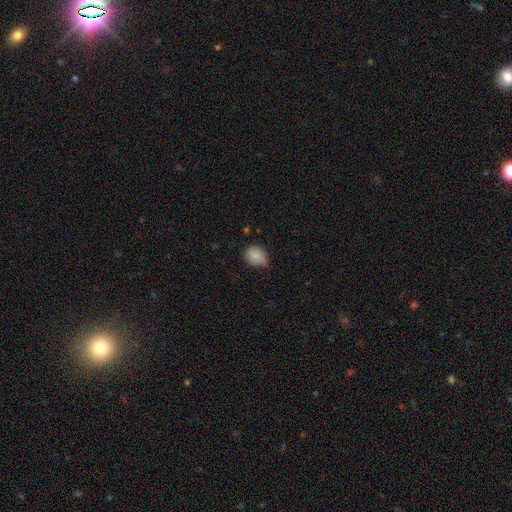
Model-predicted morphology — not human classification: A smooth galaxy with no disk features (85%) that is in between round and cigar-shaped (52%). Merging: none (53%).